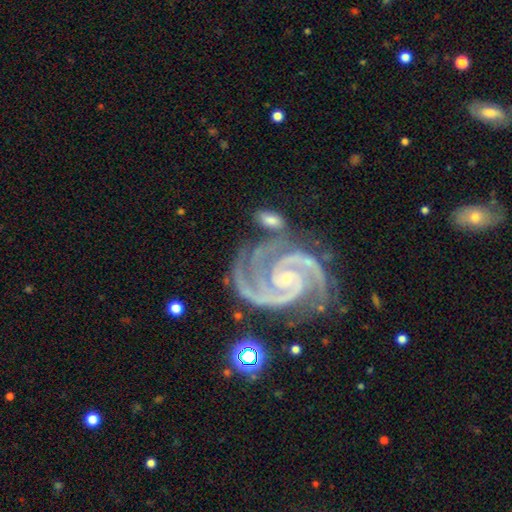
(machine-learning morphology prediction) Smooth or featured?
  - featured or disk: 93% *
  - star or artifact: 5%
  - smooth: 2%
Edge-on disk?
  - no: 98% *
  - yes: 2%
Bar?
  - no: 50% *
  - weak: 30%
  - strong: 20%
Spiral arms?
  - yes: 99% *
  - no: 1%
Spiral winding?
  - tight: 67% *
  - medium: 30%
  - loose: 3%
Spiral arm count?
  - 2: 69% *
  - 3: 18%
  - 4: 4%
  - can't tell: 3%
  - more than 4: 3%
  - 1: 3%
Bulge size?
  - small: 79% *
  - moderate: 15%
  - none: 4%
  - large: 1%
  - dominant: 1%
Merging?
  - none: 69% *
  - minor disturbance: 18%
  - merger: 7%
  - major disturbance: 6%